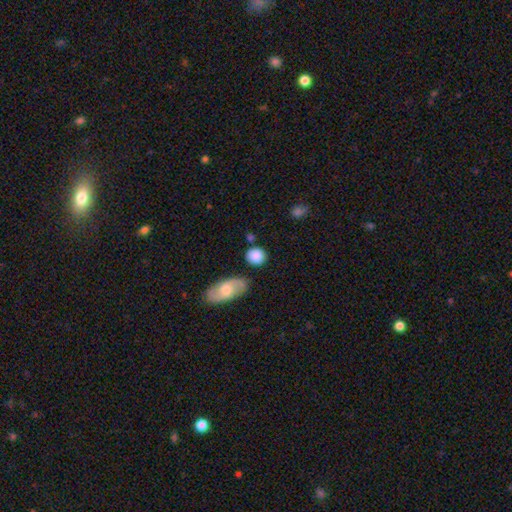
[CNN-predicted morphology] smooth 86%, featured or disk 7%, star or artifact 7%. Down the decision tree: how rounded — round (76%); merging — none (77%).